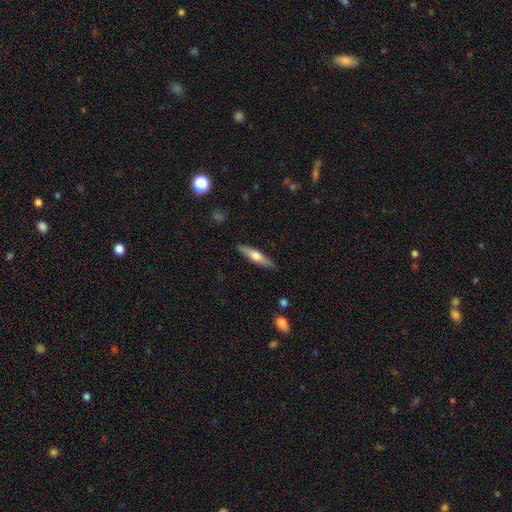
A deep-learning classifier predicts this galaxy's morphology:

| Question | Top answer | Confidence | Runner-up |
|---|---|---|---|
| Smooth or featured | smooth | 49% | featured or disk (46%) |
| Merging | none | 88% | minor disturbance (9%) |